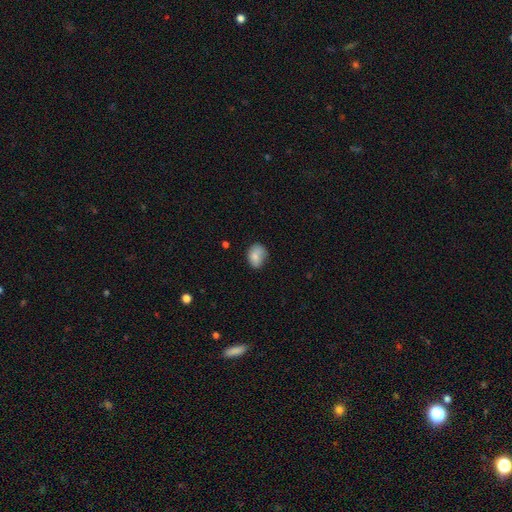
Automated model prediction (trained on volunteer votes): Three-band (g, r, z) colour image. It shows a smooth galaxy with no disk features (78%) that is in between round and cigar-shaped (65%). Merging: none (58%).